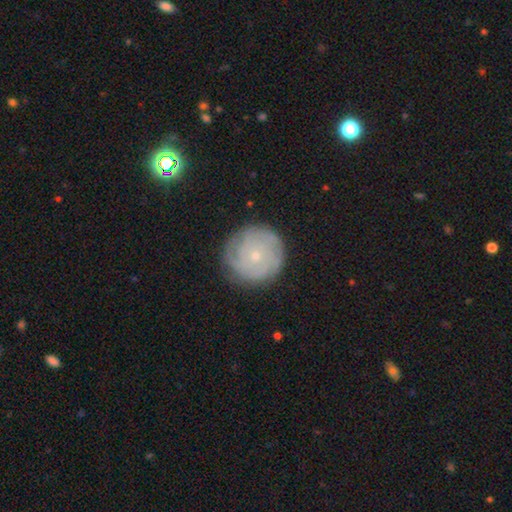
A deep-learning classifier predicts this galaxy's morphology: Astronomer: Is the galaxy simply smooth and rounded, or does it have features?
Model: featured or disk — 64%.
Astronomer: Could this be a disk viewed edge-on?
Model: no — 97%.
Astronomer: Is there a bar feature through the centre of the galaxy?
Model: no — 85%.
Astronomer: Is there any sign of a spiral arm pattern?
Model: yes — 86%.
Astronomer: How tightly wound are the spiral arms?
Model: tight — 76%.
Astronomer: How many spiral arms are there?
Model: can't tell — 44%.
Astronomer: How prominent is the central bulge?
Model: small — 81%.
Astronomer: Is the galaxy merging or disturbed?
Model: none — 84%.